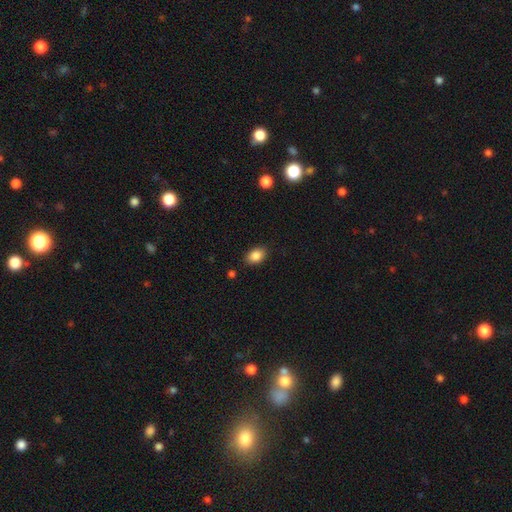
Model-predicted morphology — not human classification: Smooth or featured: smooth — 87% (star or artifact — 8%)
How rounded: in between — 82% (round — 17%)
Merging: none — 86% (minor disturbance — 10%)